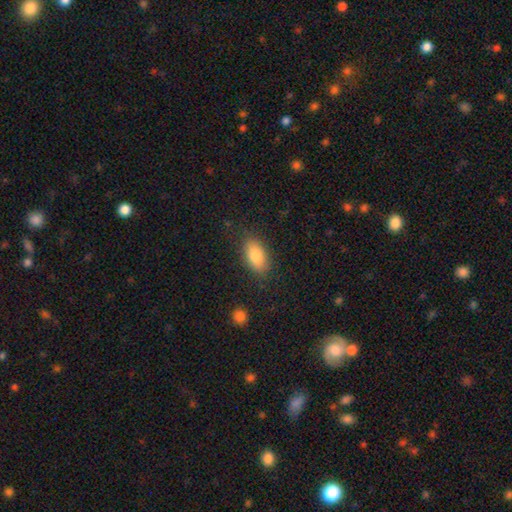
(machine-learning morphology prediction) Smooth or featured? Predicted: smooth (p=0.82). How rounded? Predicted: in between (p=0.89). Merging? Predicted: none (p=0.83).